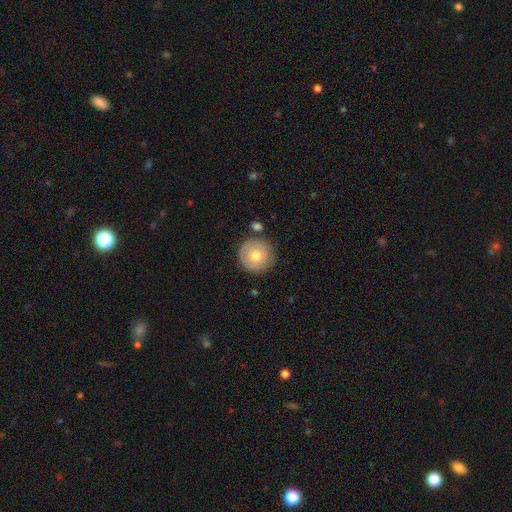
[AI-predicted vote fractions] Smooth or featured? smooth (71%)
How rounded? round (96%)
Merging? none (82%)